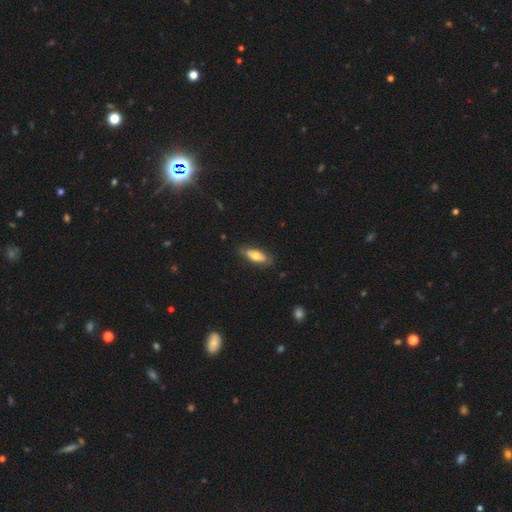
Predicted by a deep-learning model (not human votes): smooth-or-featured: smooth: 62% | featured or disk: 32% | star or artifact: 6%
  how-rounded: in between: 75% | cigar-shaped: 23% | round: 2%
  merging: none: 75% | minor disturbance: 19% | major disturbance: 4% | merger: 2%